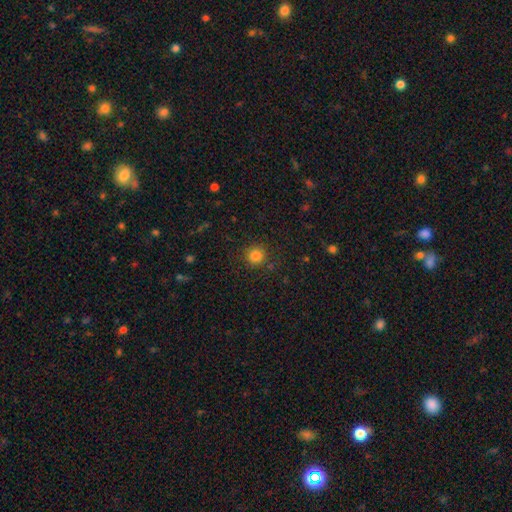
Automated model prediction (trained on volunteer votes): Smooth or featured? Predicted: smooth (p=0.82). How rounded? Predicted: round (p=0.93). Merging? Predicted: none (p=0.88).